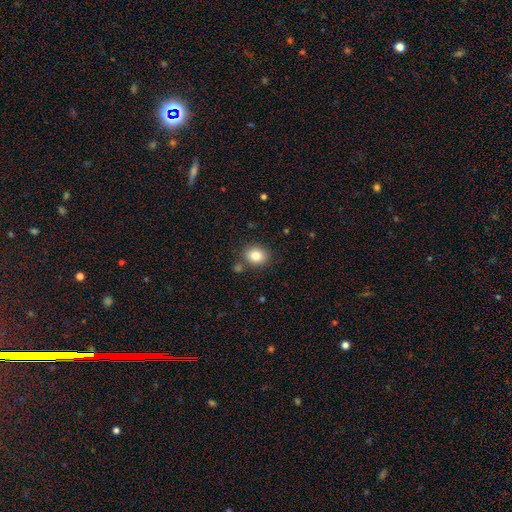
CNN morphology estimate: Overall: smooth (84%). How rounded: round (56%; in between 43%). Merging: none (81%).